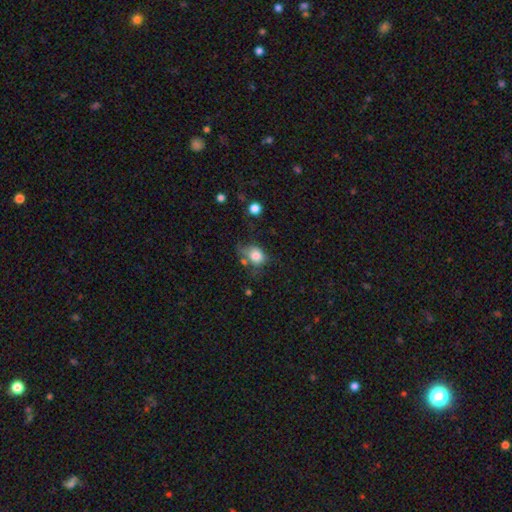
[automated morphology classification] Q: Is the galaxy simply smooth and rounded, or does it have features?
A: smooth — 78%.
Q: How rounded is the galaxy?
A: round — 53%.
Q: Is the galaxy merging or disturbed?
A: none — 40%.